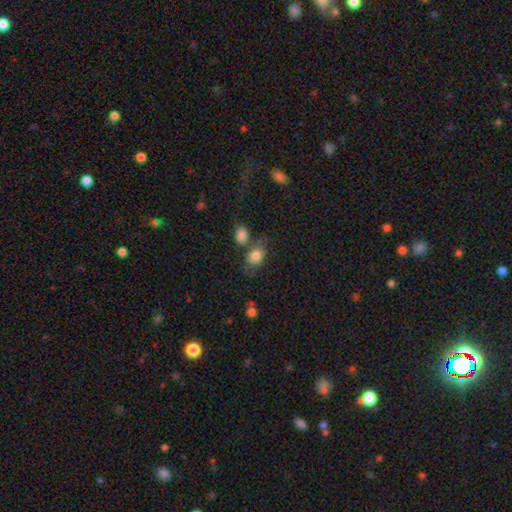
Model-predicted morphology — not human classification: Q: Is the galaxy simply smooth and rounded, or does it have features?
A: smooth — 80%.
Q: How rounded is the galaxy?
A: in between — 77%.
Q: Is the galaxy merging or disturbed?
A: none — 48%.